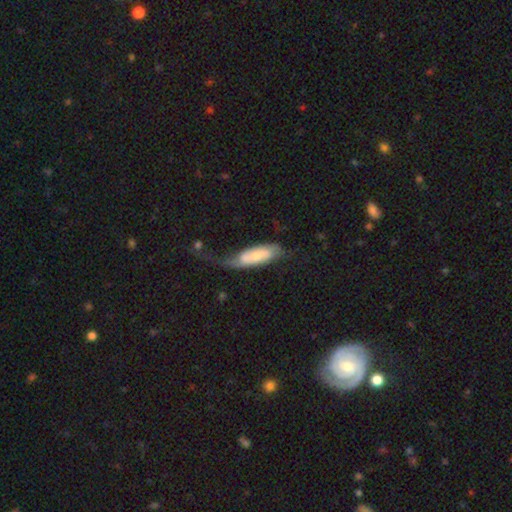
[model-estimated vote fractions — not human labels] This is possibly a smooth galaxy (48%). Merging: marginally major disturbance (39%).